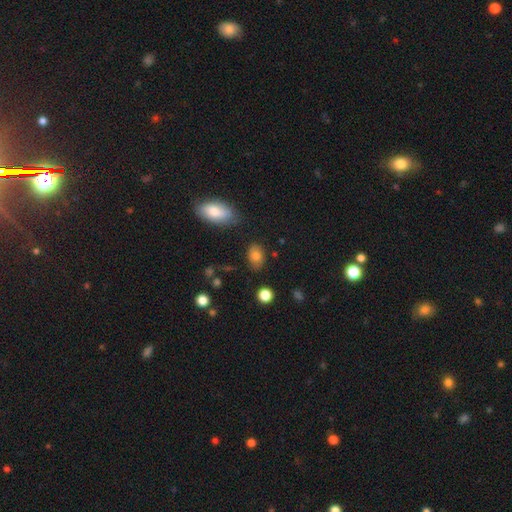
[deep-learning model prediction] Smooth or featured? smooth (78%)
How rounded? in between (83%)
Merging? none (76%)